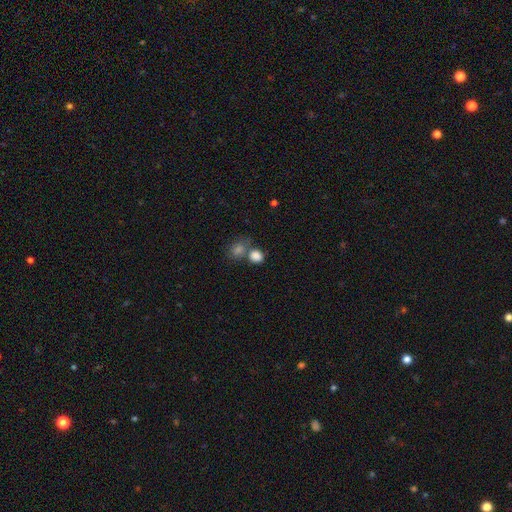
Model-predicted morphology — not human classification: Smooth or featured? smooth (84%)
How rounded? round (64%)
Merging? none (47%)